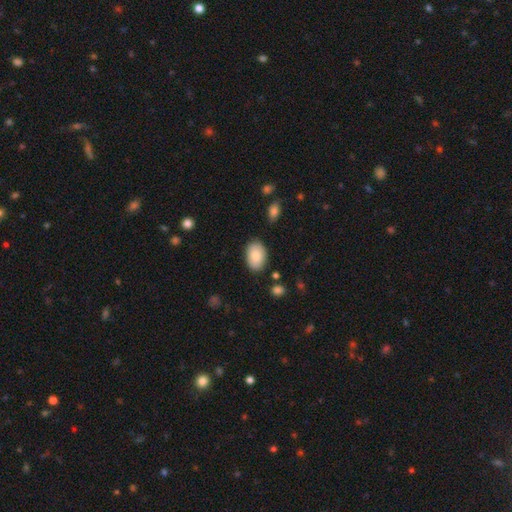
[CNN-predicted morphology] This is clearly a smooth galaxy (84%). How rounded: clearly in between (90%). Merging: clearly none (82%).